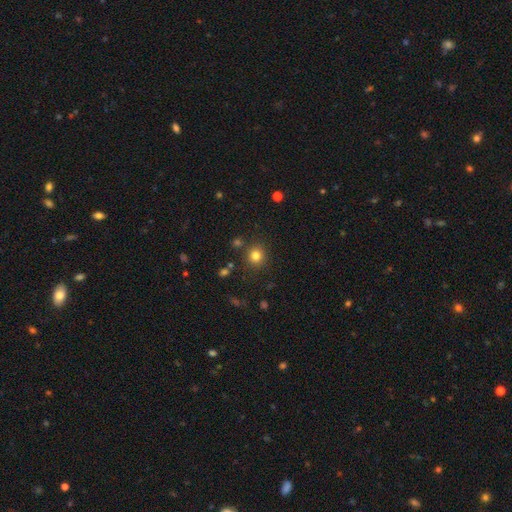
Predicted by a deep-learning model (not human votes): A smooth galaxy with no disk features (80%) that is round (88%). Merging: none (86%).